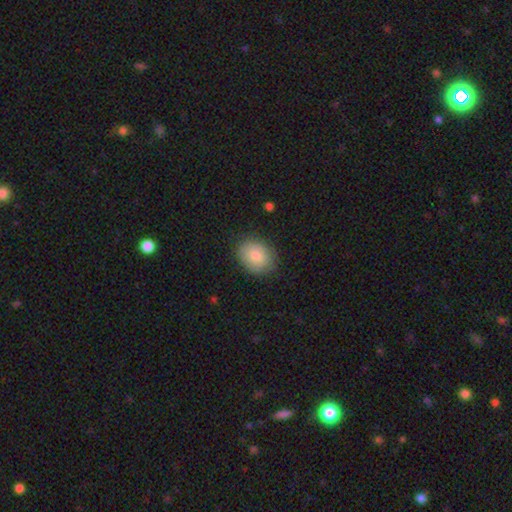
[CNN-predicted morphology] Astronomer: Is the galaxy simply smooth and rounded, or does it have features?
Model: smooth — 84%.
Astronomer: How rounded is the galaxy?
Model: in between — 54% (runner-up: round, 46%).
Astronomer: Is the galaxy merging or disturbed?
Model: none — 83%.